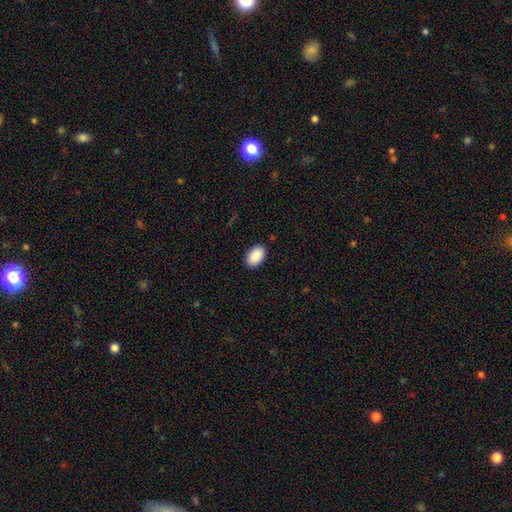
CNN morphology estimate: A smooth galaxy with no disk features (91%) that is in between round and cigar-shaped (91%). Merging: none (89%).